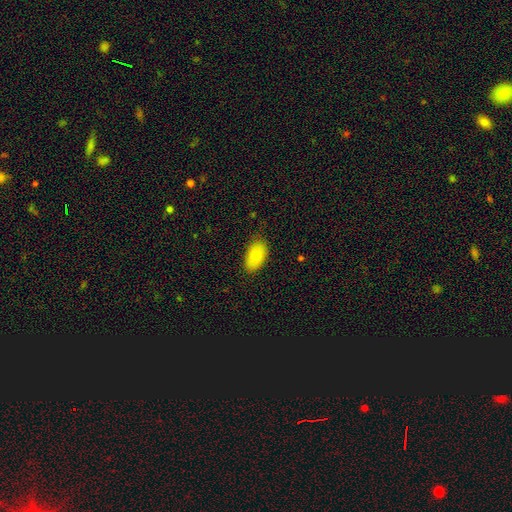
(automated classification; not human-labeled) Smooth or featured: smooth — 82% (featured or disk — 11%)
How rounded: in between — 94% (round — 4%)
Merging: none — 84% (minor disturbance — 13%)